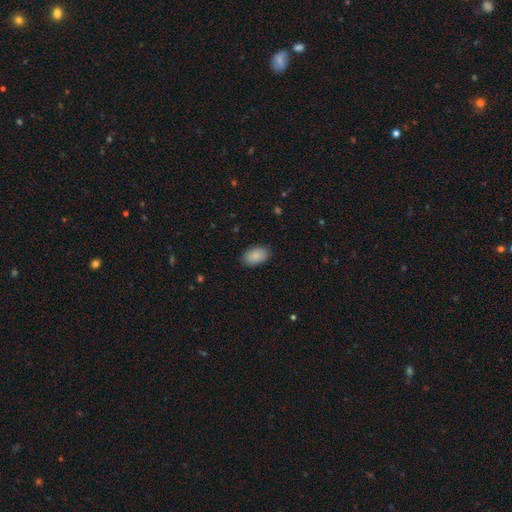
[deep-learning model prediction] smooth 88%, star or artifact 7%, featured or disk 5%. Down the decision tree: how rounded — in between (93%); merging — none (87%).